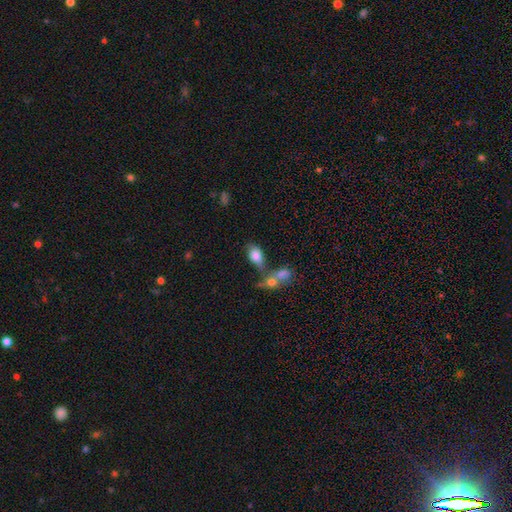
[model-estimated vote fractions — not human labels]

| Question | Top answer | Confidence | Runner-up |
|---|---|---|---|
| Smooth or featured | smooth | 80% | featured or disk (12%) |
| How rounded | in between | 89% | round (9%) |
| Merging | none | 39% | merger (36%) |